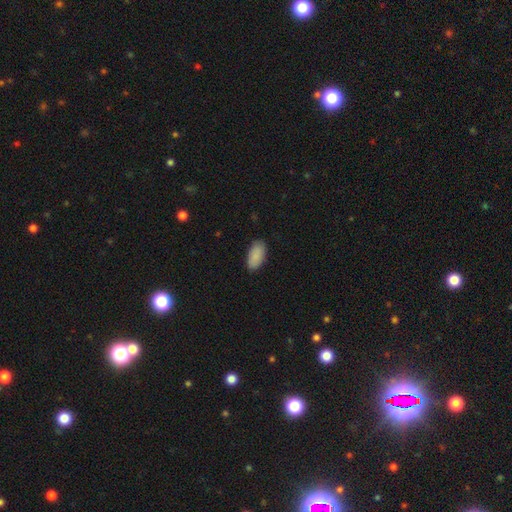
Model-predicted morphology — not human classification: Smooth or featured? Predicted: smooth (p=0.90). How rounded? Predicted: in between (p=0.95). Merging? Predicted: none (p=0.86).